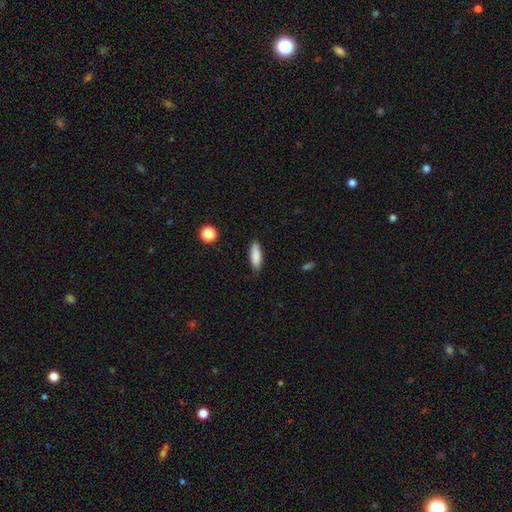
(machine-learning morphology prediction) Smooth or featured? smooth (86%)
How rounded? in between (54%)
Merging? none (85%)